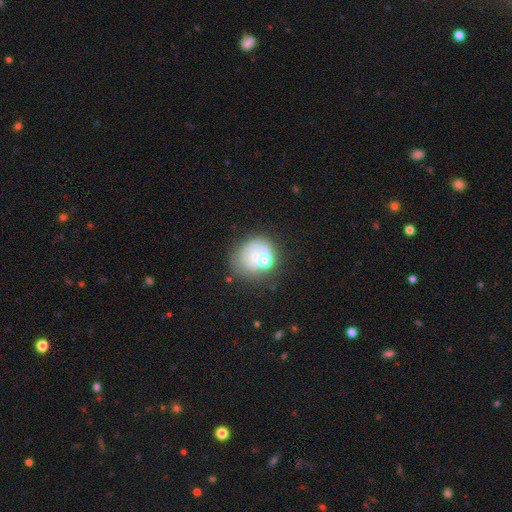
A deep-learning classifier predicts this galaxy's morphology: smooth_or_featured: smooth (p=0.48) [alt: featured or disk p=0.40]
merging: none (p=0.47) [alt: merger p=0.21]